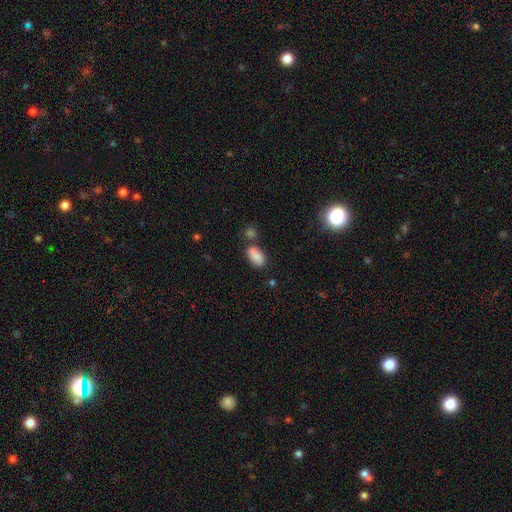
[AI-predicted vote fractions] smooth-or-featured: smooth: 84% | star or artifact: 9% | featured or disk: 6%
  how-rounded: in between: 92% | round: 6% | cigar-shaped: 3%
  merging: none: 54% | merger: 28% | minor disturbance: 13% | major disturbance: 5%